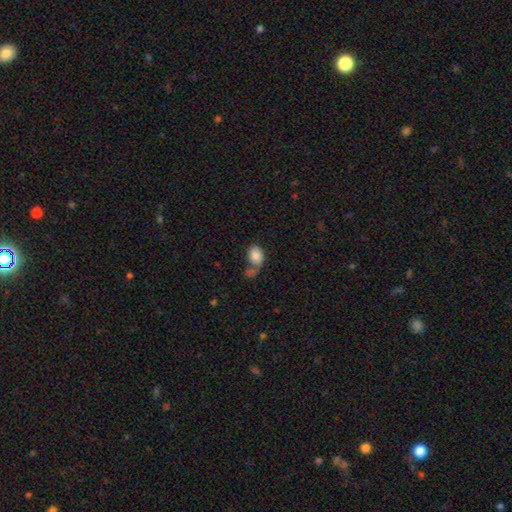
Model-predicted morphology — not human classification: Smooth or featured? smooth (80%)
How rounded? in between (76%)
Merging? merger (36%)